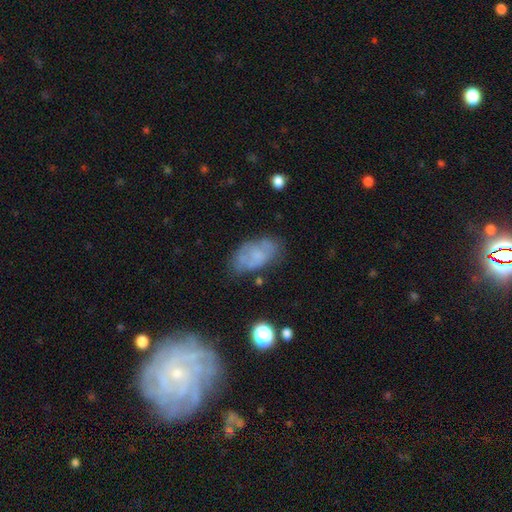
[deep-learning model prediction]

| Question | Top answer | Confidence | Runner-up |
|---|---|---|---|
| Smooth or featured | smooth | 52% | featured or disk (37%) |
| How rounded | in between | 91% | round (6%) |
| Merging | none | 59% | minor disturbance (25%) |